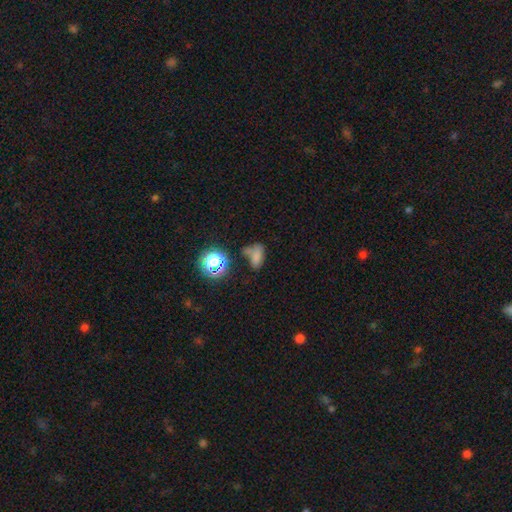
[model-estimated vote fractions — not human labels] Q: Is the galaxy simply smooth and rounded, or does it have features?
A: smooth — 65%.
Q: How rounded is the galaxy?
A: in between — 81%.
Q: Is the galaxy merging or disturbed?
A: none — 37%.